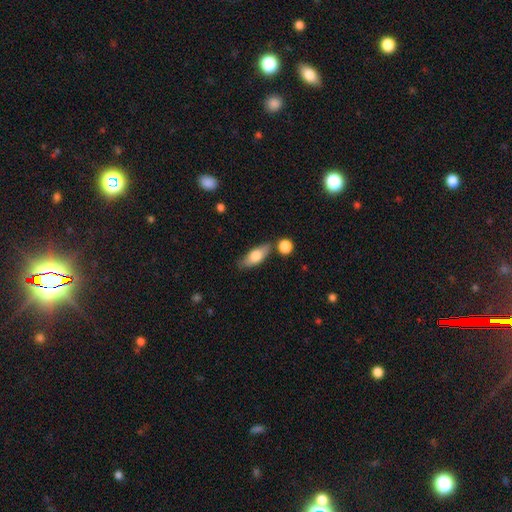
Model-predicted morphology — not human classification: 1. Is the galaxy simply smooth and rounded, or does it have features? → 68% smooth, 26% featured or disk, 6% star or artifact.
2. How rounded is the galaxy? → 73% in between, 24% cigar-shaped, 4% round.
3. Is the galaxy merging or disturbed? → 72% none, 15% minor disturbance, 10% merger, 3% major disturbance.